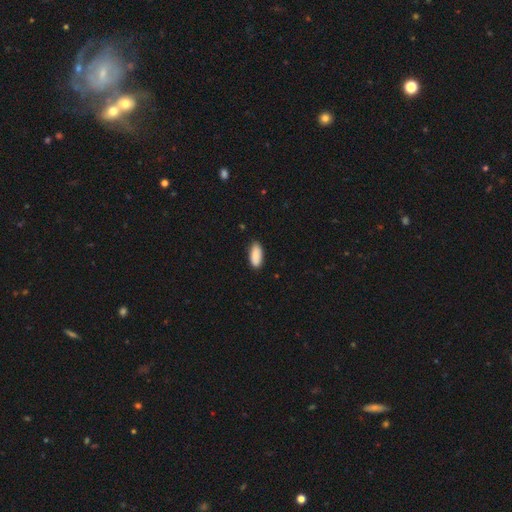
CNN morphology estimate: Q: Smooth or featured?
A: smooth (89%); runner-up: star or artifact (6%)
Q: How rounded?
A: in between (87%); runner-up: cigar-shaped (11%)
Q: Merging?
A: none (80%); runner-up: minor disturbance (16%)